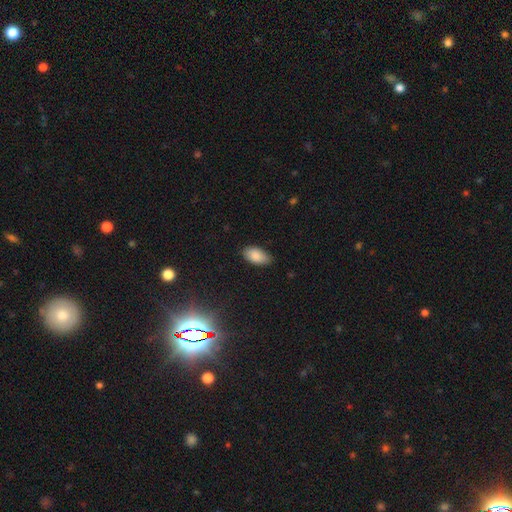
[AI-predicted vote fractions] Smooth or featured? smooth (86%)
How rounded? in between (94%)
Merging? none (80%)